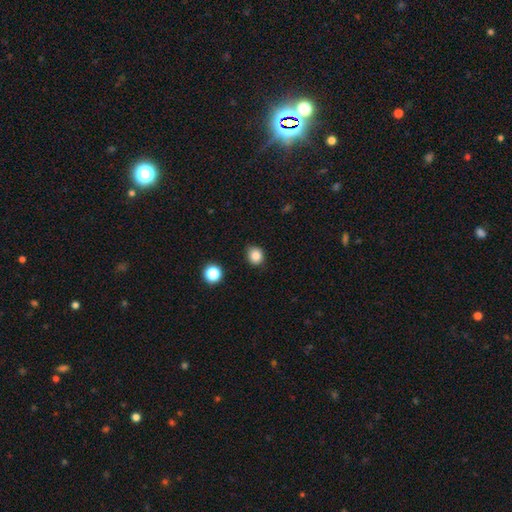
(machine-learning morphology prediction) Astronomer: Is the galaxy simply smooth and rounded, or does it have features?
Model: smooth — 84%.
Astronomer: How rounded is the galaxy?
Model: round — 74%.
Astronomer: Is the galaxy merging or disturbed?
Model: none — 79%.